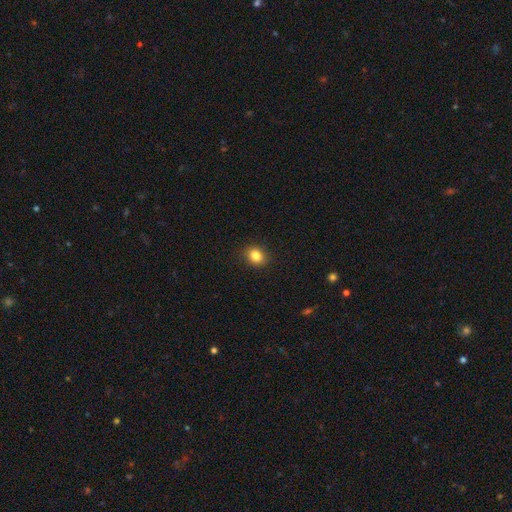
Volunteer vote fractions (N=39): Q: Smooth or featured?
A: smooth (85%); runner-up: featured or disk (8%)
Q: How rounded?
A: round (73%); runner-up: in between (27%)
Q: Merging?
A: none (92%); runner-up: minor disturbance (6%)